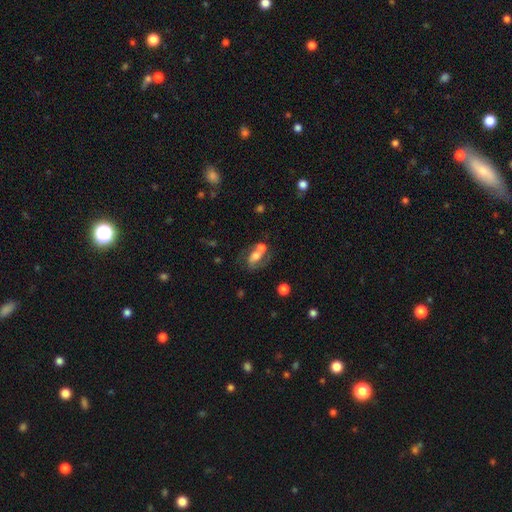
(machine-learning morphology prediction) Smooth or featured: featured or disk — 49% (smooth — 40%)
Merging: merger — 50% (none — 26%)